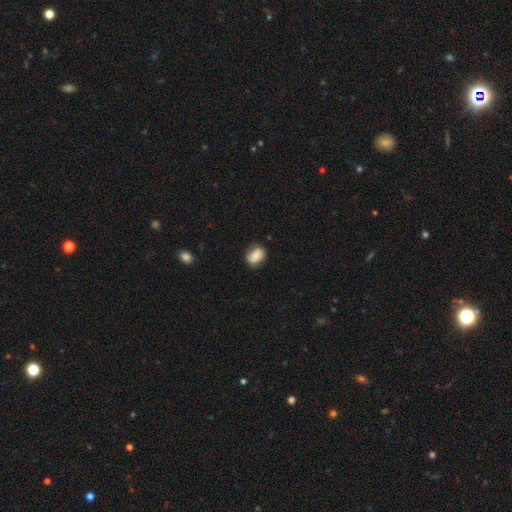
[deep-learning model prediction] Smooth or featured?
  - smooth: 63% *
  - featured or disk: 29%
  - star or artifact: 8%
How rounded?
  - in between: 59% *
  - round: 40%
  - cigar-shaped: 1%
Merging?
  - none: 70% *
  - minor disturbance: 22%
  - major disturbance: 6%
  - merger: 2%